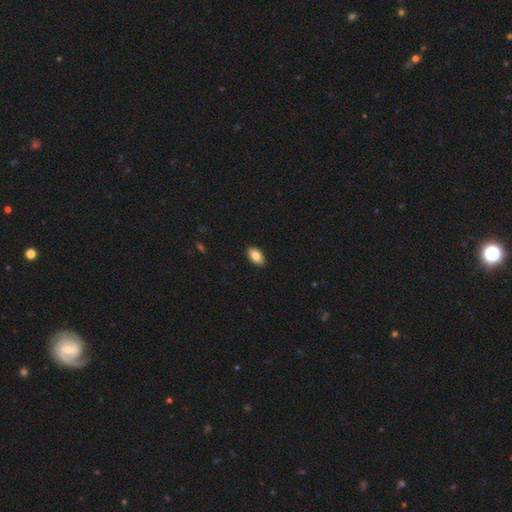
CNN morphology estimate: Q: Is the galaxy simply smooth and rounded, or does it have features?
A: smooth — 84%.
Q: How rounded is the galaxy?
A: in between — 93%.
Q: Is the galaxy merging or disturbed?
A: none — 91%.